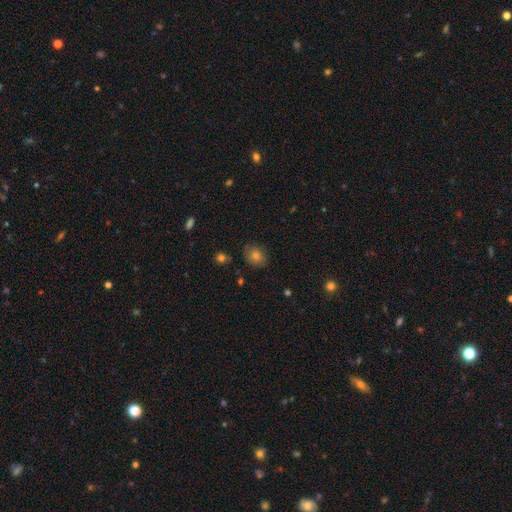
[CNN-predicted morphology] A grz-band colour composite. It shows a smooth galaxy with no disk features (76%) that is round (63%). Merging: none (83%).